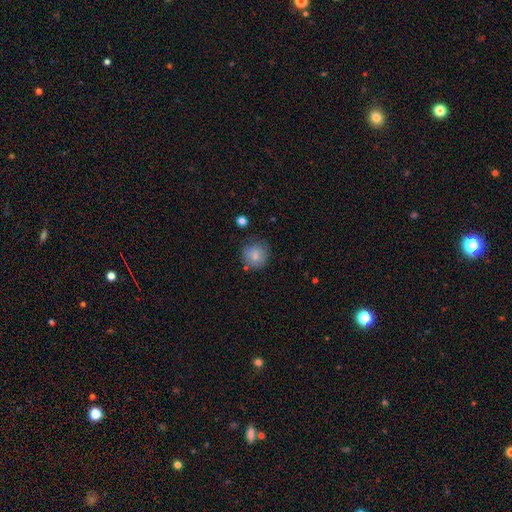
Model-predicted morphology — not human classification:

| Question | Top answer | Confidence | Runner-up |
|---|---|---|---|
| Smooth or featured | smooth | 82% | star or artifact (9%) |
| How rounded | round | 89% | in between (10%) |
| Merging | none | 75% | minor disturbance (17%) |